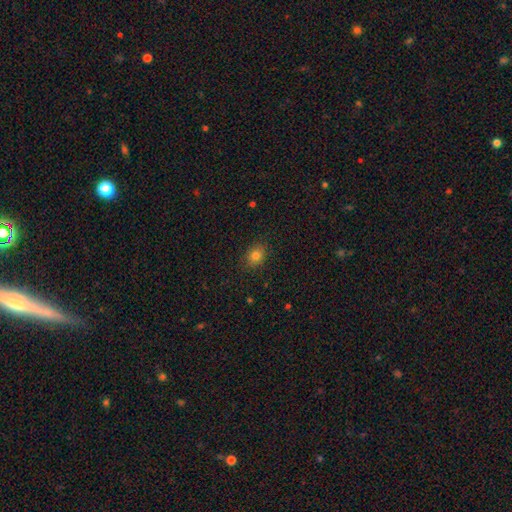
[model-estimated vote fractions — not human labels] A smooth galaxy with no disk features (80%) that is round (51%).

Vote fractions:
- Smooth or featured? smooth: 80% / star or artifact: 13% / featured or disk: 7%
- How rounded? round: 51% / in between: 48% / cigar-shaped: 1%
- Merging? none: 86% / minor disturbance: 11% / major disturbance: 3% / merger: 1%